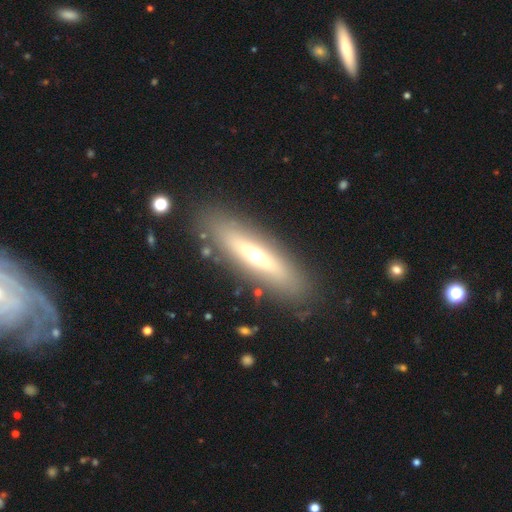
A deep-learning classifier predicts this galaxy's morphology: Smooth or featured? Predicted: featured or disk (p=0.54). Edge-on disk? Predicted: yes (p=0.66). Merging? Predicted: none (p=0.85).